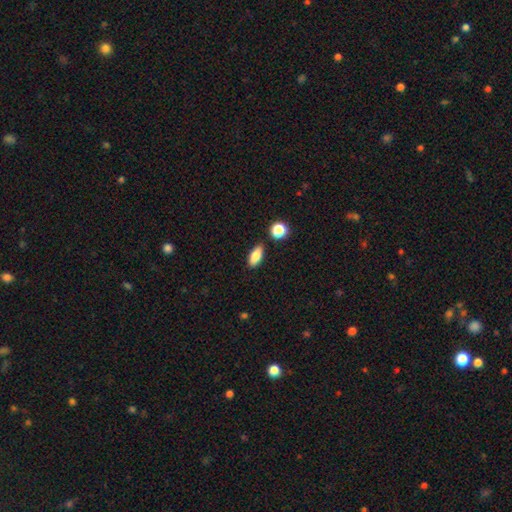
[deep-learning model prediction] A smooth galaxy with no disk features (83%) that is in between round and cigar-shaped (80%).

Vote fractions:
- Smooth or featured? smooth: 83% / featured or disk: 9% / star or artifact: 8%
- How rounded? in between: 80% / cigar-shaped: 15% / round: 5%
- Merging? none: 84% / minor disturbance: 10% / merger: 4% / major disturbance: 2%